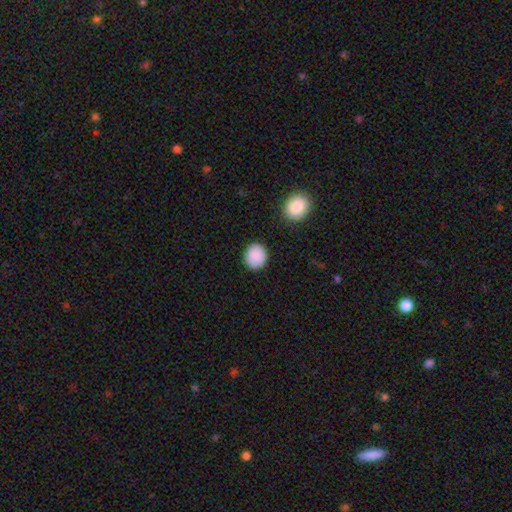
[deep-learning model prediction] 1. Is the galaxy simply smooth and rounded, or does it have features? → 89% smooth, 8% star or artifact, 3% featured or disk.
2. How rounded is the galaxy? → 76% round, 23% in between, 1% cigar-shaped.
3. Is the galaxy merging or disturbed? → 88% none, 8% minor disturbance, 2% major disturbance, 2% merger.